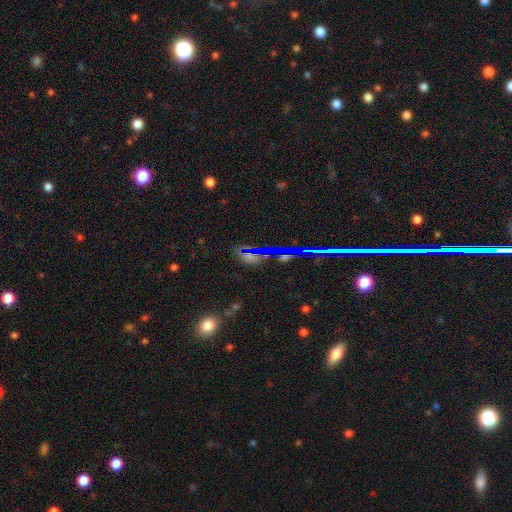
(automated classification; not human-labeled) This appears to be a star or artifact, not a galaxy (66%).